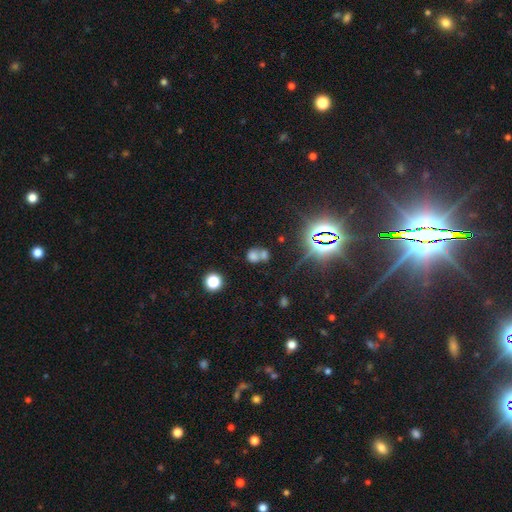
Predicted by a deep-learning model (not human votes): smooth 60%, star or artifact 24%, featured or disk 16%. Down the decision tree: how rounded — round (63%); merging — merger (60%).